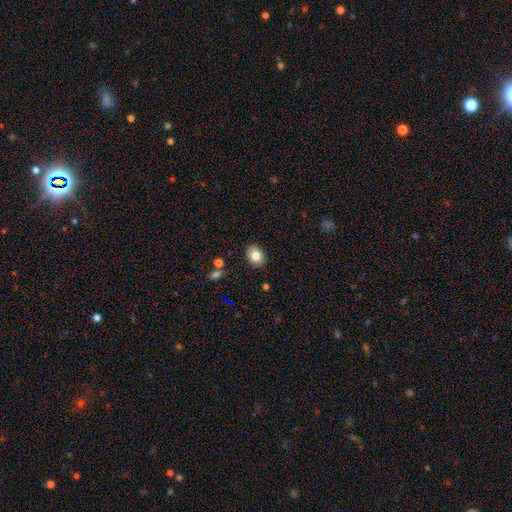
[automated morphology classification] Q: Smooth or featured?
A: smooth (79%); runner-up: featured or disk (12%)
Q: How rounded?
A: in between (71%); runner-up: round (28%)
Q: Merging?
A: none (87%); runner-up: minor disturbance (9%)